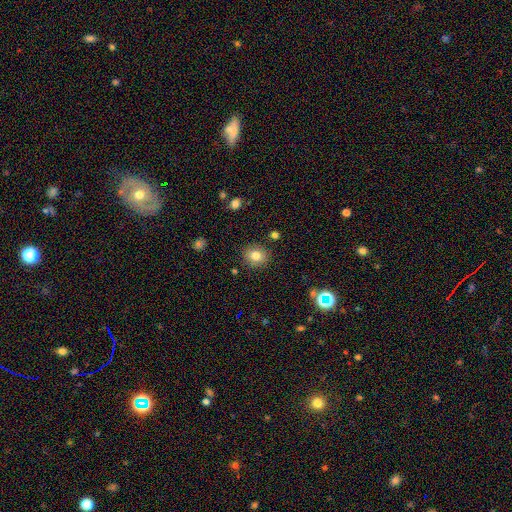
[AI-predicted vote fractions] smooth 80%, star or artifact 11%, featured or disk 9%. Down the decision tree: how rounded — round (79%); merging — none (88%).